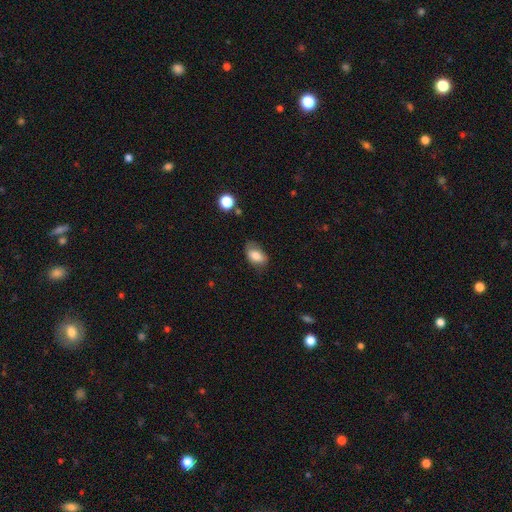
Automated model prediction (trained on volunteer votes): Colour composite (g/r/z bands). It shows a smooth galaxy with no disk features (78%) that is in between round and cigar-shaped (90%). Merging: none (66%).